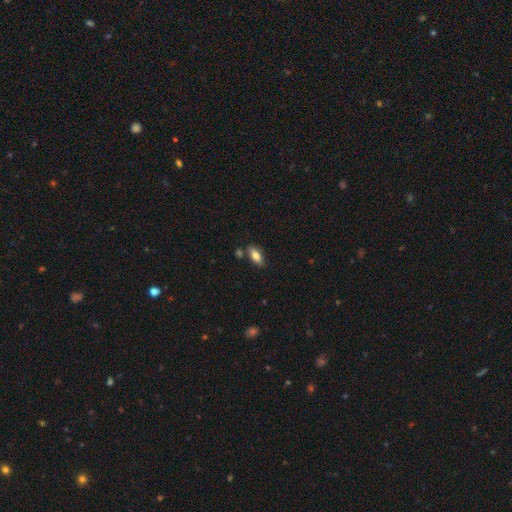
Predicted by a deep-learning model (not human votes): smooth-or-featured: smooth: 77% | featured or disk: 16% | star or artifact: 7%
  how-rounded: in between: 84% | cigar-shaped: 13% | round: 3%
  merging: none: 77% | minor disturbance: 13% | merger: 8% | major disturbance: 3%